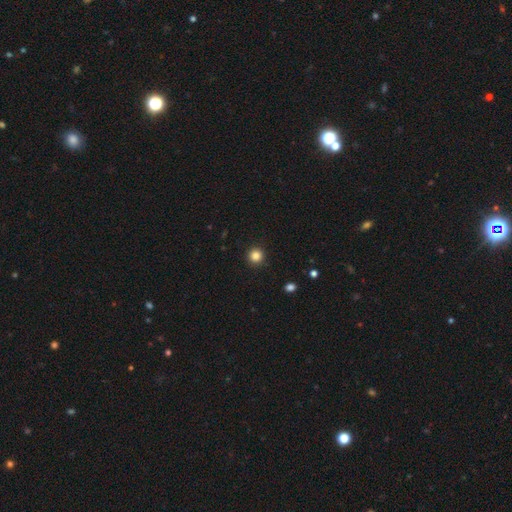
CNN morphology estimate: Q: Smooth or featured?
A: smooth (84%); runner-up: star or artifact (12%)
Q: How rounded?
A: round (96%); runner-up: in between (4%)
Q: Merging?
A: none (93%); runner-up: minor disturbance (5%)